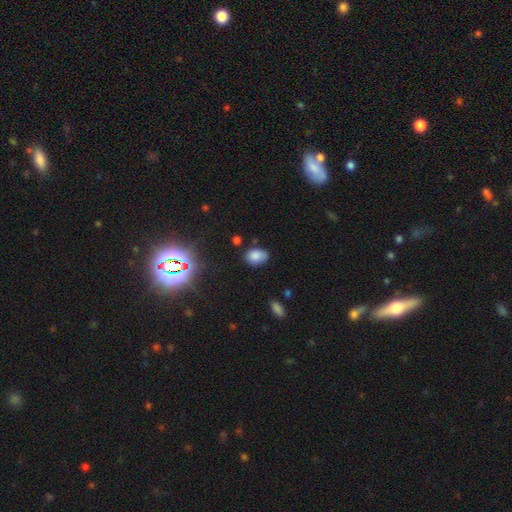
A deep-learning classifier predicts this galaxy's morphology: Smooth or featured? smooth (81%)
How rounded? in between (78%)
Merging? none (72%)